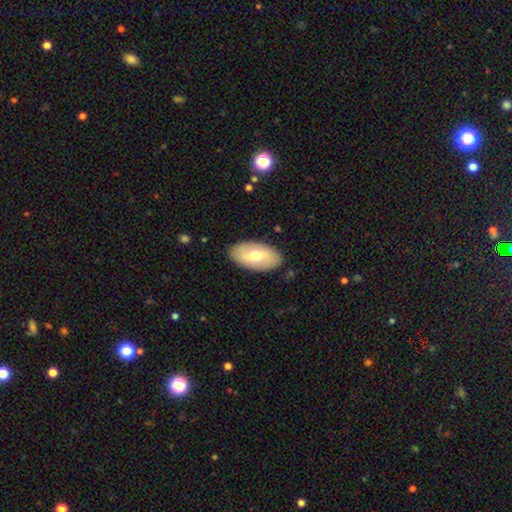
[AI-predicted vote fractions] Morphology: type=smooth (55%); roundness=in between (94%); merging=none (87%).